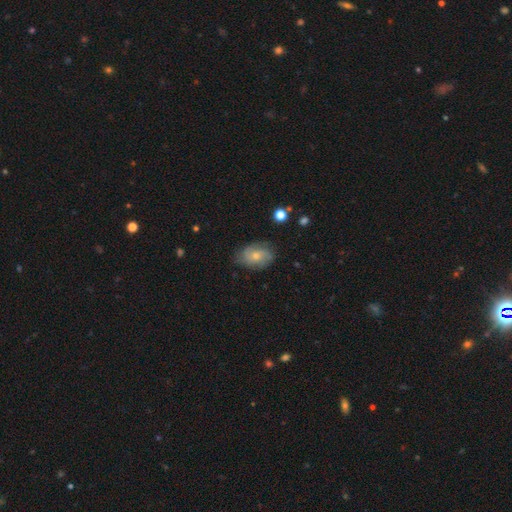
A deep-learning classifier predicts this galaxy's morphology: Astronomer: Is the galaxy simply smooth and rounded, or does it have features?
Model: smooth — 47% (runner-up: featured or disk, 45%).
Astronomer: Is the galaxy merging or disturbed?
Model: none — 73%.